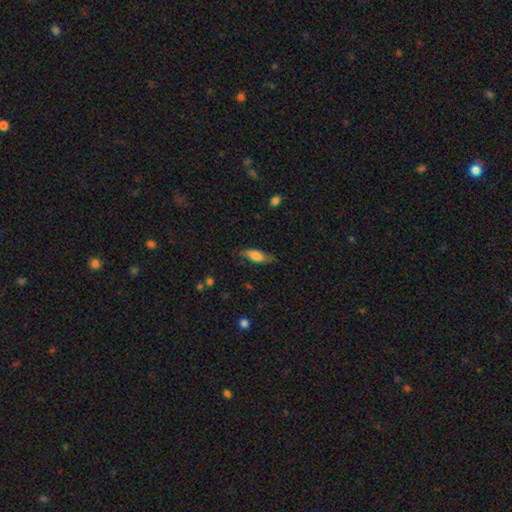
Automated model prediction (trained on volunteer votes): Q: Smooth or featured?
A: smooth (74%); runner-up: featured or disk (20%)
Q: How rounded?
A: in between (61%); runner-up: cigar-shaped (37%)
Q: Merging?
A: none (76%); runner-up: minor disturbance (18%)